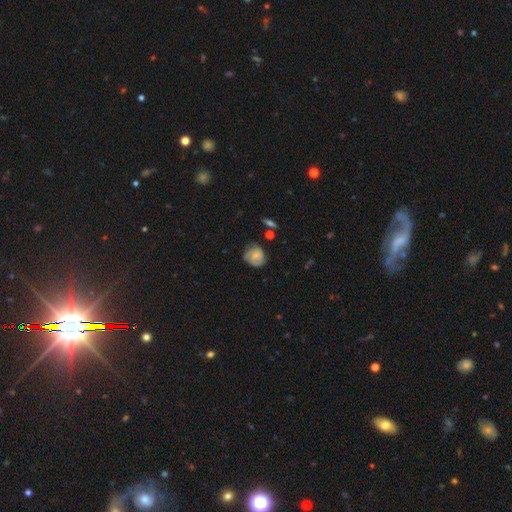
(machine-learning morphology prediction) This is possibly a smooth galaxy (48%). Merging: likely none (62%).